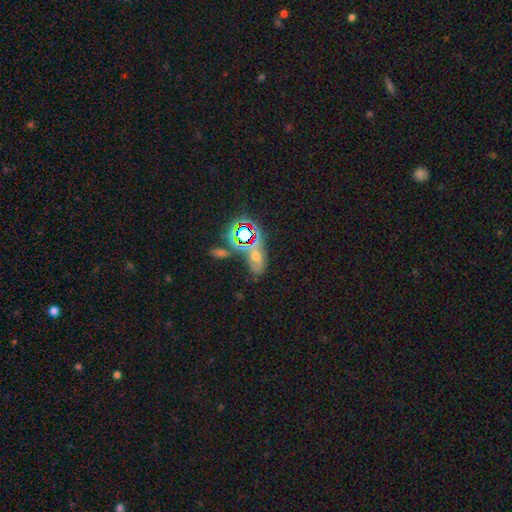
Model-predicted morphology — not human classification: This is marginally a star or artifact rather than a galaxy (42%).